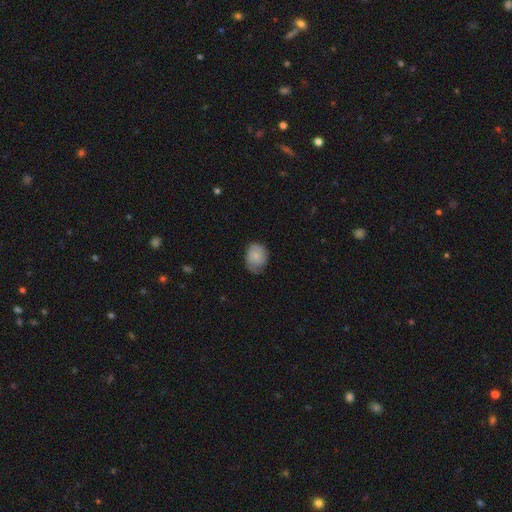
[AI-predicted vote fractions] Smooth or featured?
  - smooth: 77% *
  - featured or disk: 16%
  - star or artifact: 7%
How rounded?
  - in between: 62% *
  - round: 38%
  - cigar-shaped: 1%
Merging?
  - none: 59% *
  - minor disturbance: 32%
  - major disturbance: 8%
  - merger: 1%